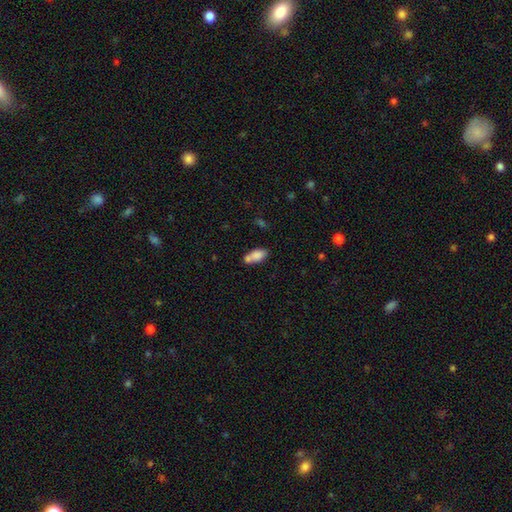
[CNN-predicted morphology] Q: Smooth or featured?
A: smooth (80%); runner-up: featured or disk (11%)
Q: How rounded?
A: in between (87%); runner-up: cigar-shaped (8%)
Q: Merging?
A: none (44%); runner-up: merger (36%)